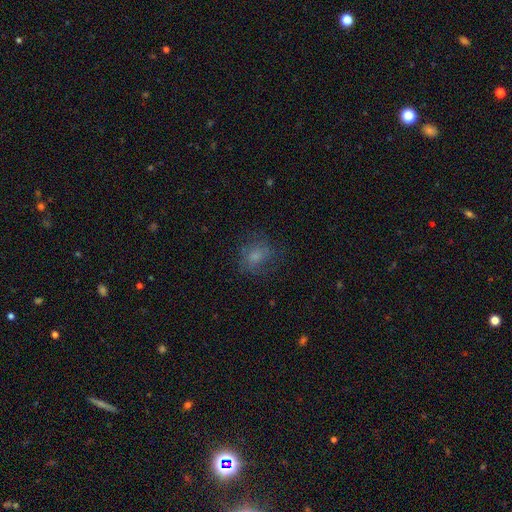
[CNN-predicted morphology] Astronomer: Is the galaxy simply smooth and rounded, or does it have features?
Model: smooth — 66%.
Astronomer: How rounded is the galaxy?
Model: round — 60% (runner-up: in between, 38%).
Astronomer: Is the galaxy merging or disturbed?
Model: none — 67%.